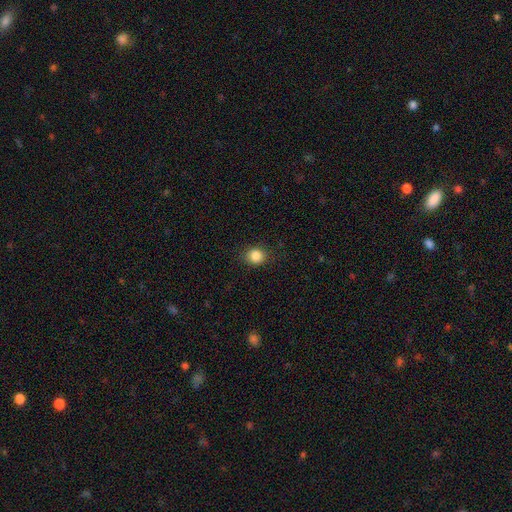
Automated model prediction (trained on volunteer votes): Smooth or featured?
  - smooth: 85% *
  - star or artifact: 10%
  - featured or disk: 4%
How rounded?
  - round: 79% *
  - in between: 20%
  - cigar-shaped: 1%
Merging?
  - none: 86% *
  - minor disturbance: 10%
  - major disturbance: 3%
  - merger: 1%